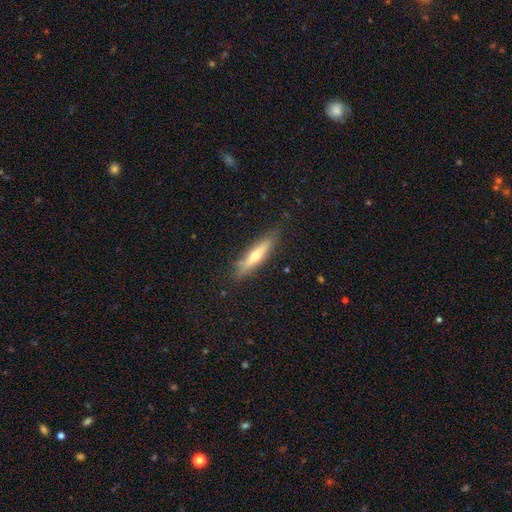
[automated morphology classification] Q: Smooth or featured?
A: featured or disk (48%); runner-up: smooth (45%)
Q: Merging?
A: none (85%); runner-up: minor disturbance (11%)